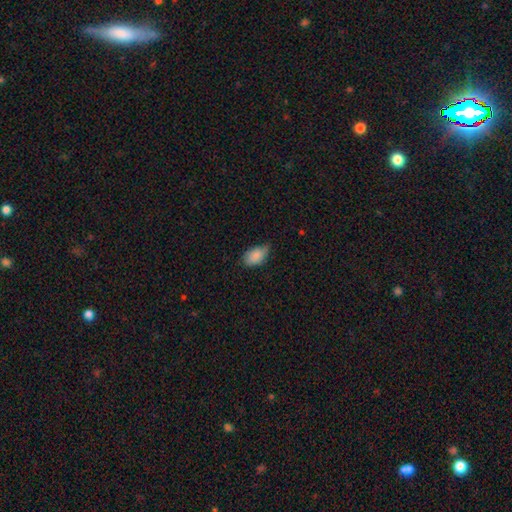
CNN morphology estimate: Overall: smooth (85%). How rounded: in between (93%). Merging: none (52%; minor disturbance 40%).